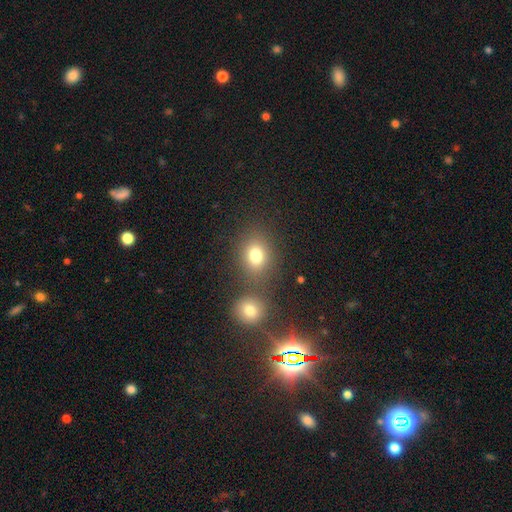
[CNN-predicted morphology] Smooth or featured: smooth — 78% (star or artifact — 14%)
How rounded: round — 58% (in between — 41%)
Merging: none — 66% (merger — 21%)